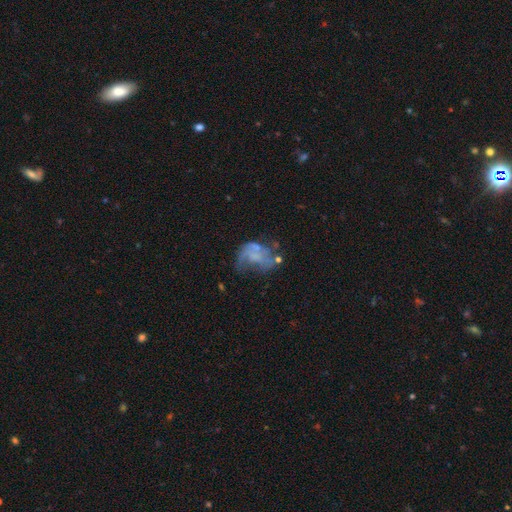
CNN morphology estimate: This is possibly a featured or disk galaxy (58%). It is clearly not viewed edge-on (98%). Bar: likely no (79%). Spiral arm pattern: likely no (61%). Central bulge: likely none (64%). Merging: marginally major disturbance (40%).